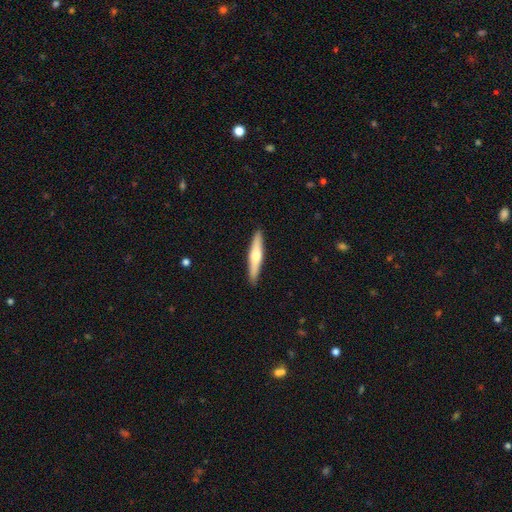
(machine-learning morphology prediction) This appears to be a smooth galaxy with no disk features (48%). Merging: none (91%).